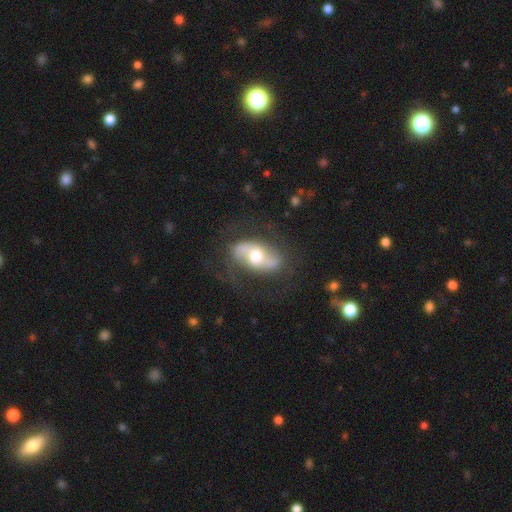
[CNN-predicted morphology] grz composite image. It shows a featured or disk galaxy (71%) with no bar (41%), 2 (86%) loose (45%) spiral arms (79%) and a moderate central bulge (68%). Merging: none (70%).